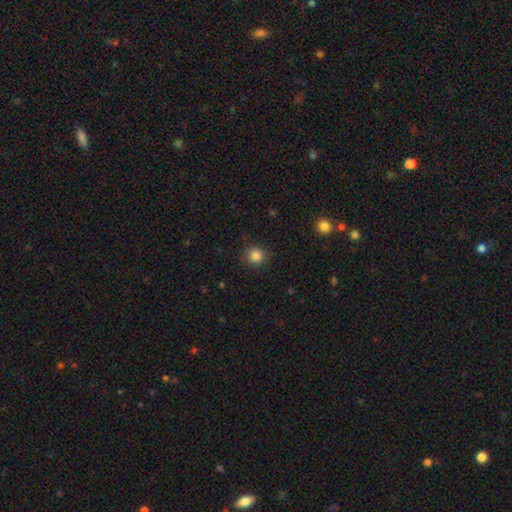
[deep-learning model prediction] smooth 83%, star or artifact 12%, featured or disk 5%. Down the decision tree: how rounded — round (93%); merging — none (89%).